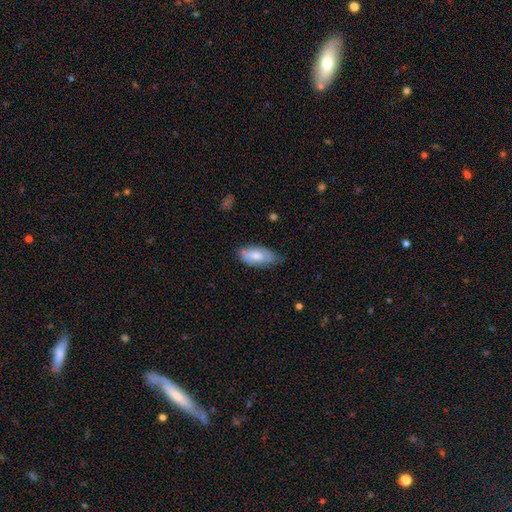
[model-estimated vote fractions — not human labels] This is likely a smooth galaxy (71%). How rounded: clearly in between (91%). Merging: possibly none (55%).